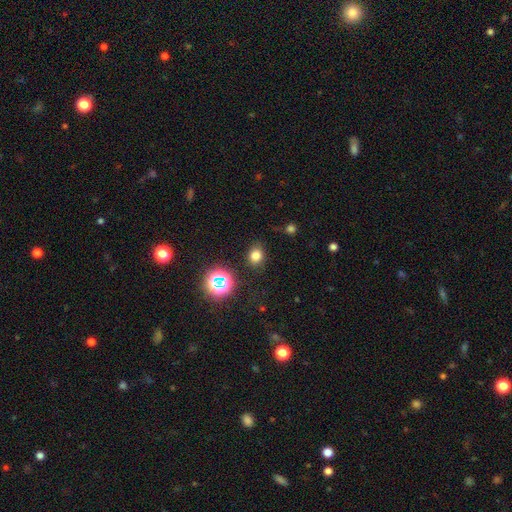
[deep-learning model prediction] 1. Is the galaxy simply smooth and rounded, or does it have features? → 75% smooth, 19% star or artifact, 7% featured or disk.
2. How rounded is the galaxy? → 57% round, 42% in between, 1% cigar-shaped.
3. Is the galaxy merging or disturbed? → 83% none, 11% minor disturbance, 4% major disturbance, 2% merger.